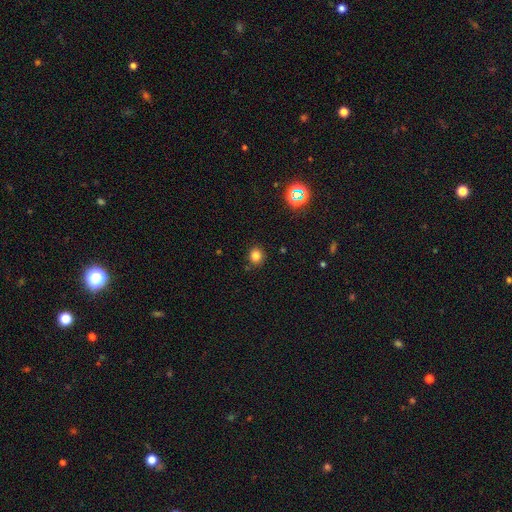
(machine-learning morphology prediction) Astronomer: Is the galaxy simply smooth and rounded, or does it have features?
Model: smooth — 80%.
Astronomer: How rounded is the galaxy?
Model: round — 86%.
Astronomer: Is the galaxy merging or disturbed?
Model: none — 88%.